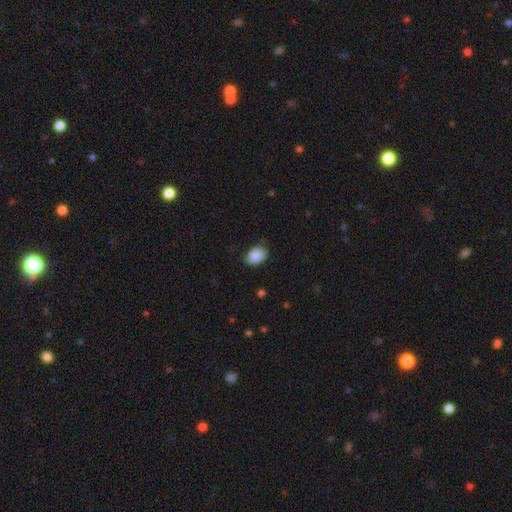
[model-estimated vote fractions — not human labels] smooth 86%, star or artifact 7%, featured or disk 7%. Down the decision tree: how rounded — in between (73%); merging — none (66%).